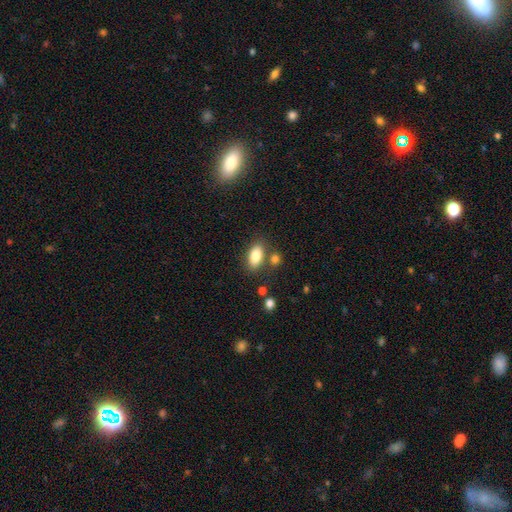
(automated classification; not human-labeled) A smooth galaxy with no disk features (83%) that is in between round and cigar-shaped (90%). Merging: none (74%).